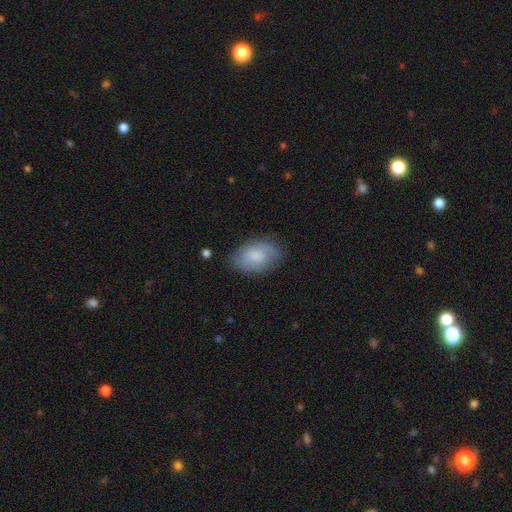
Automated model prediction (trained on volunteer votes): This appears to be a smooth galaxy with no disk features (71%) that is in between round and cigar-shaped (91%). Merging: none (76%).